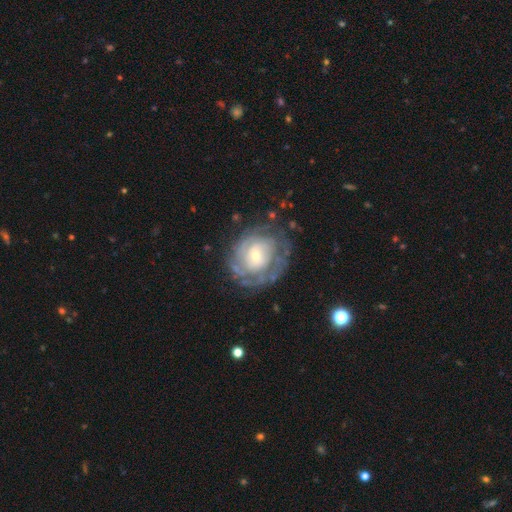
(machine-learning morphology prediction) This is likely a featured or disk galaxy (75%). It is clearly not viewed edge-on (97%). Bar: likely no (62%). Spiral arm pattern: likely yes (78%). Spiral arm count: possibly can't tell (56%). Spiral winding: likely tight (70%). Central bulge: possibly small (60%). Merging: likely none (69%).